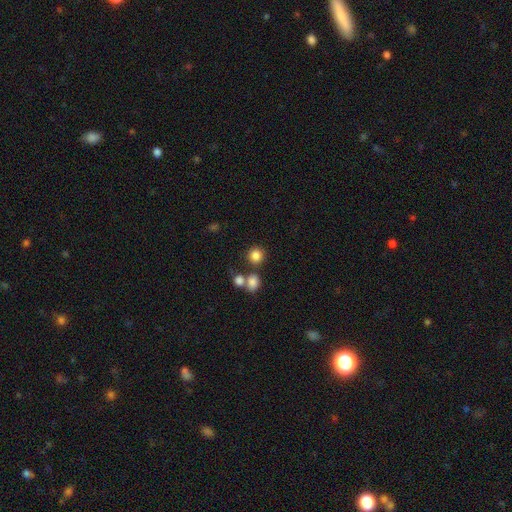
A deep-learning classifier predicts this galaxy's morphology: This is clearly a smooth galaxy (83%). How rounded: clearly round (87%). Merging: likely none (70%).